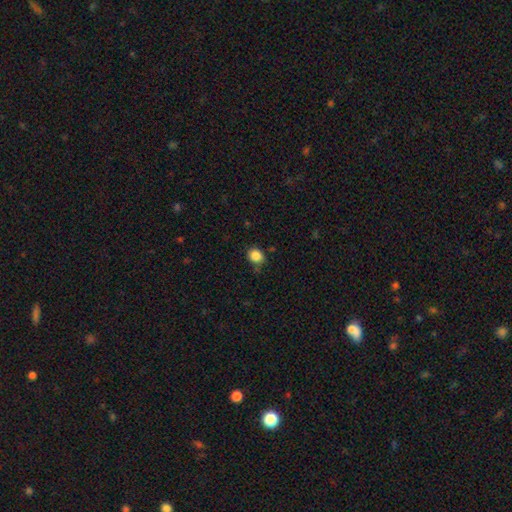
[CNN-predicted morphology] Smooth or featured? Predicted: smooth (p=0.85). How rounded? Predicted: round (p=0.70). Merging? Predicted: none (p=0.77).